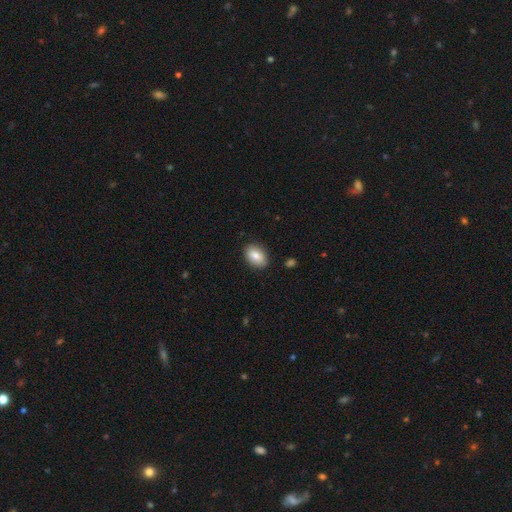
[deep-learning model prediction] The model was most divided on "smooth or featured": smooth: 81%, featured or disk: 12%, star or artifact: 7%. More confident: how rounded — in between (88%); merging — none (85%).